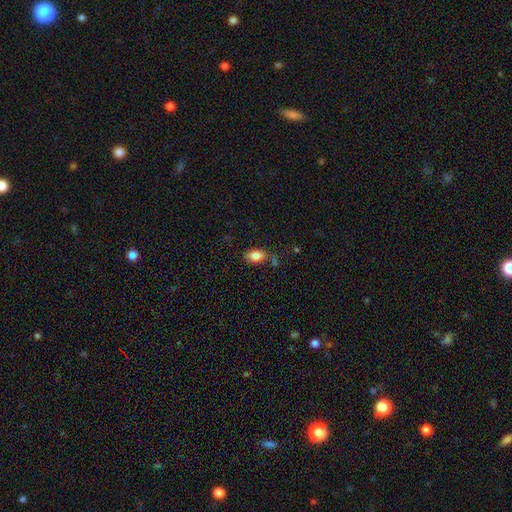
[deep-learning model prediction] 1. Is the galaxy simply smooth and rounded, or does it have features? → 85% smooth, 8% star or artifact, 7% featured or disk.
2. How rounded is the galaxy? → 85% in between, 14% round, 2% cigar-shaped.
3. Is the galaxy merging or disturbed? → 70% none, 17% minor disturbance, 8% merger, 5% major disturbance.